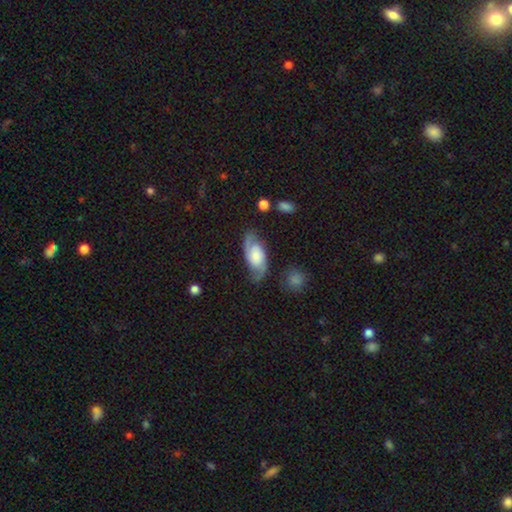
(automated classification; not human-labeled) Smooth or featured?
  - featured or disk: 73% *
  - smooth: 21%
  - star or artifact: 6%
Edge-on disk?
  - no: 94% *
  - yes: 6%
Bar?
  - no: 60% *
  - weak: 32%
  - strong: 8%
Spiral arms?
  - yes: 94% *
  - no: 6%
Spiral winding?
  - medium: 48% *
  - loose: 27%
  - tight: 25%
Spiral arm count?
  - 2: 88% *
  - can't tell: 5%
  - 1: 3%
  - 3: 2%
  - 4: 1%
  - more than 4: 1%
Bulge size?
  - moderate: 34% *
  - small: 28%
  - large: 24%
  - none: 10%
  - dominant: 5%
Merging?
  - none: 73% *
  - minor disturbance: 18%
  - major disturbance: 7%
  - merger: 2%